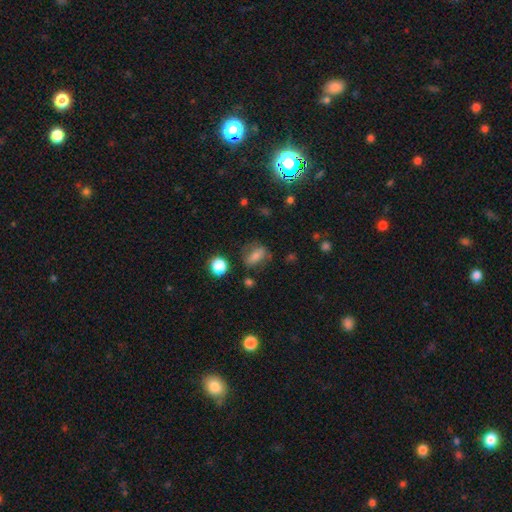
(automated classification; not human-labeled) A smooth galaxy with no disk features (62%) that is in between round and cigar-shaped (67%).

Vote fractions:
- Smooth or featured? smooth: 62% / featured or disk: 25% / star or artifact: 13%
- How rounded? in between: 67% / round: 26% / cigar-shaped: 7%
- Merging? none: 61% / minor disturbance: 22% / major disturbance: 13% / merger: 4%